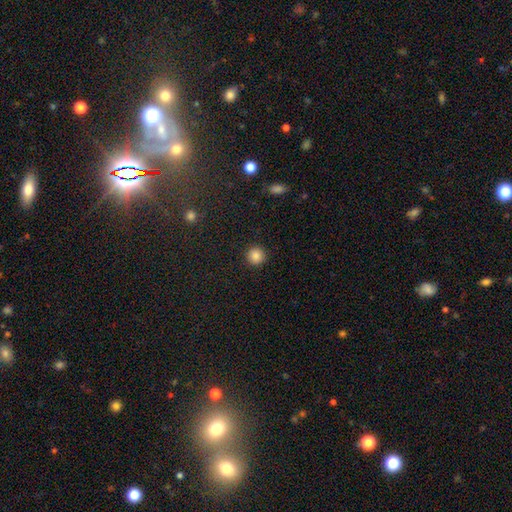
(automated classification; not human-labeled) A smooth galaxy with no disk features (86%) that is round (95%).

Vote fractions:
- Smooth or featured? smooth: 86% / star or artifact: 10% / featured or disk: 4%
- How rounded? round: 95% / in between: 4% / cigar-shaped: 1%
- Merging? none: 92% / minor disturbance: 5% / major disturbance: 2% / merger: 1%